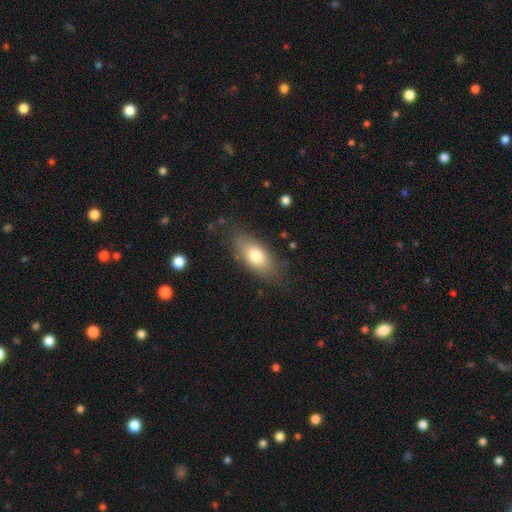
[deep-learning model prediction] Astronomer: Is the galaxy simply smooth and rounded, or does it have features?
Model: smooth — 75%.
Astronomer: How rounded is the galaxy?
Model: in between — 83%.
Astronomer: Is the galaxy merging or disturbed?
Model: none — 77%.